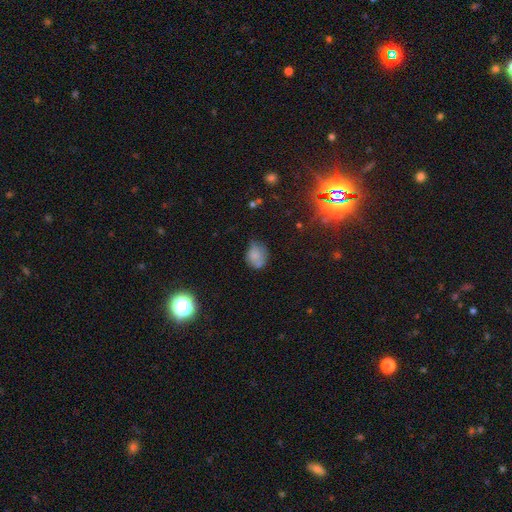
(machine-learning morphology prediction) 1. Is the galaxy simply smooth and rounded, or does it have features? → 67% smooth, 20% featured or disk, 13% star or artifact.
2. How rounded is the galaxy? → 52% round, 46% in between, 1% cigar-shaped.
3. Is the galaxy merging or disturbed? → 45% none, 37% minor disturbance, 13% major disturbance, 5% merger.